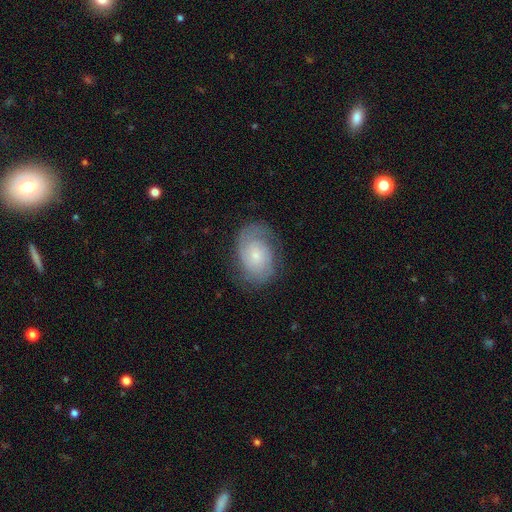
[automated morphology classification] Smooth or featured?
  - featured or disk: 74% *
  - smooth: 19%
  - star or artifact: 7%
Edge-on disk?
  - no: 97% *
  - yes: 3%
Bar?
  - no: 73% *
  - weak: 24%
  - strong: 3%
Spiral arms?
  - yes: 94% *
  - no: 6%
Spiral winding?
  - tight: 61% *
  - medium: 31%
  - loose: 9%
Spiral arm count?
  - 2: 56% *
  - can't tell: 24%
  - 3: 9%
  - 1: 5%
  - 4: 3%
  - more than 4: 3%
Bulge size?
  - small: 71% *
  - moderate: 22%
  - none: 4%
  - large: 2%
  - dominant: 1%
Merging?
  - none: 75% *
  - minor disturbance: 17%
  - major disturbance: 7%
  - merger: 1%